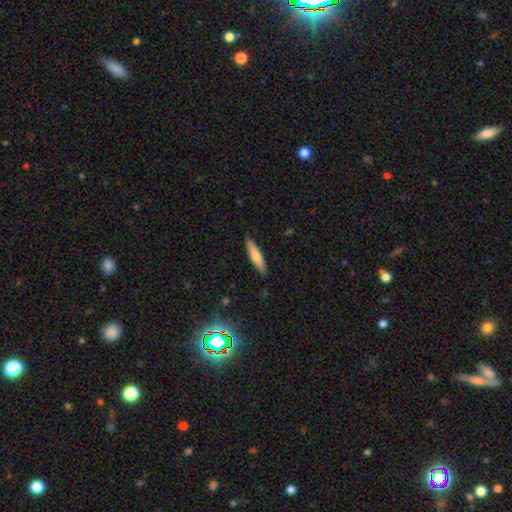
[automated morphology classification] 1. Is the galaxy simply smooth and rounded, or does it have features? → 68% smooth, 25% featured or disk, 7% star or artifact.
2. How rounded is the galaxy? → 83% cigar-shaped, 16% in between, 1% round.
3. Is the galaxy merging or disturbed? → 89% none, 8% minor disturbance, 2% major disturbance, 1% merger.